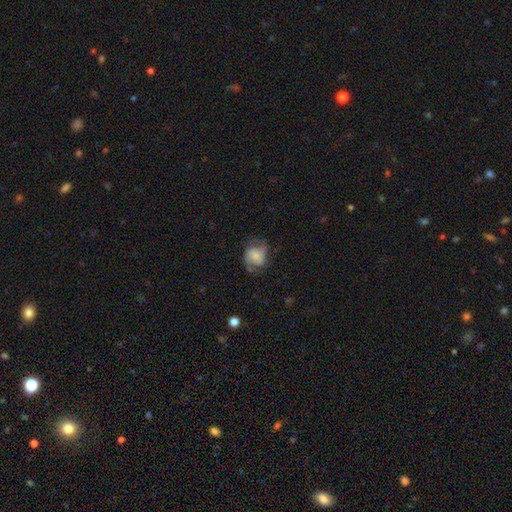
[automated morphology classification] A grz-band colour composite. It shows a featured or disk galaxy (49%). Merging: none (52%).